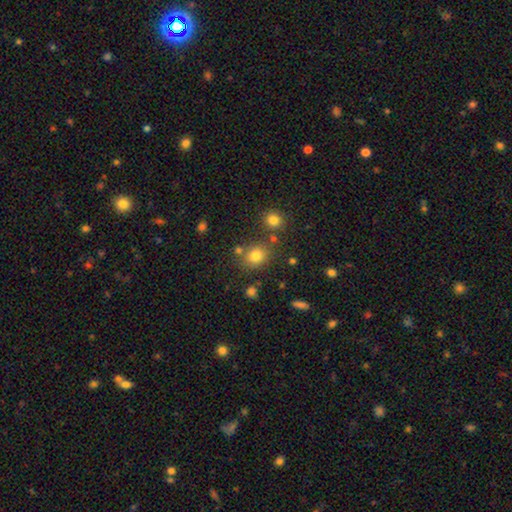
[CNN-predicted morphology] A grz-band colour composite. It shows a smooth galaxy with no disk features (77%) that is round (66%). Merging: none (73%).